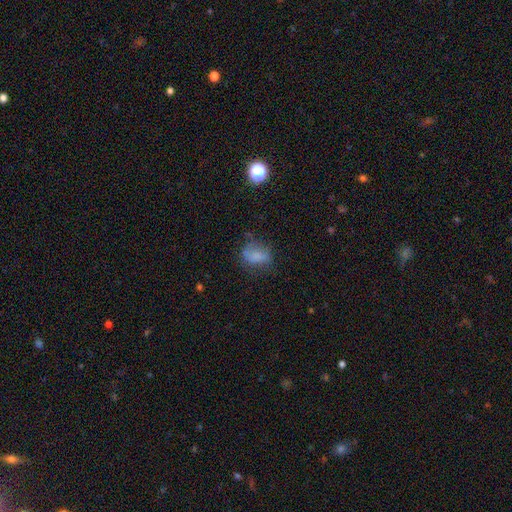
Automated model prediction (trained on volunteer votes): Smooth or featured: smooth — 65% (featured or disk — 21%)
How rounded: in between — 72% (round — 26%)
Merging: none — 47% (minor disturbance — 29%)